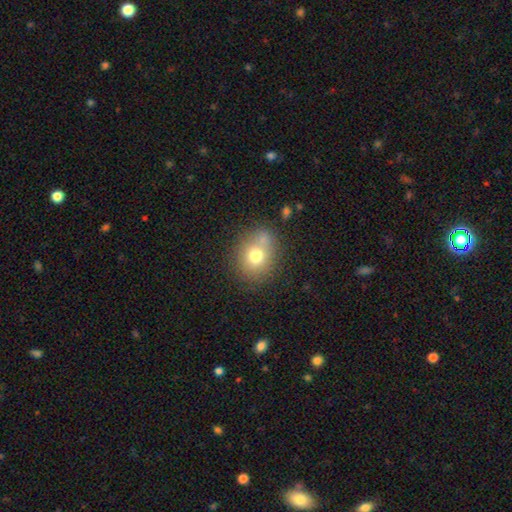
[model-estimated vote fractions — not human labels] A smooth galaxy with no disk features (72%) that is round (69%). Merging: none (62%).